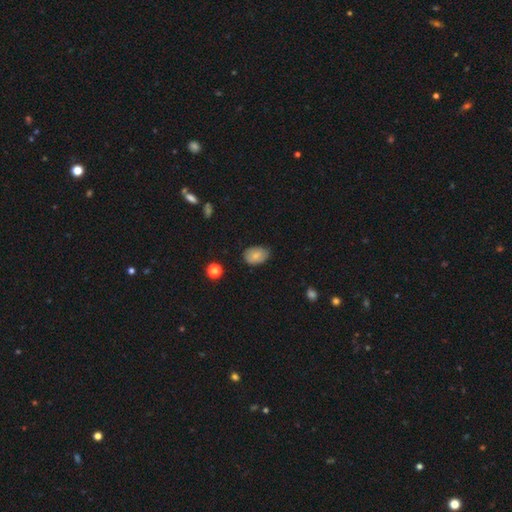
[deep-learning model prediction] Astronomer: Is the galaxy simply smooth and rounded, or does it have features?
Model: smooth — 80%.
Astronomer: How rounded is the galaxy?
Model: in between — 83%.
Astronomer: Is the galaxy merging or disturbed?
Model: none — 75%.